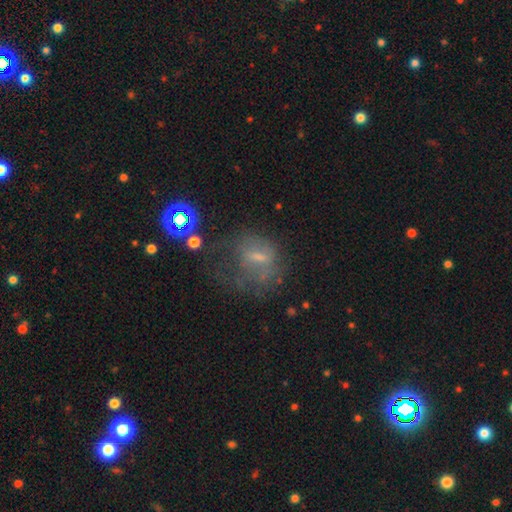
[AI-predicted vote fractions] A featured or disk galaxy (40%).

Vote fractions:
- Smooth or featured? featured or disk: 40% / smooth: 37% / star or artifact: 22%
- Merging? none: 36% (tied) / major disturbance: 36% (tied) / minor disturbance: 21% / merger: 6%